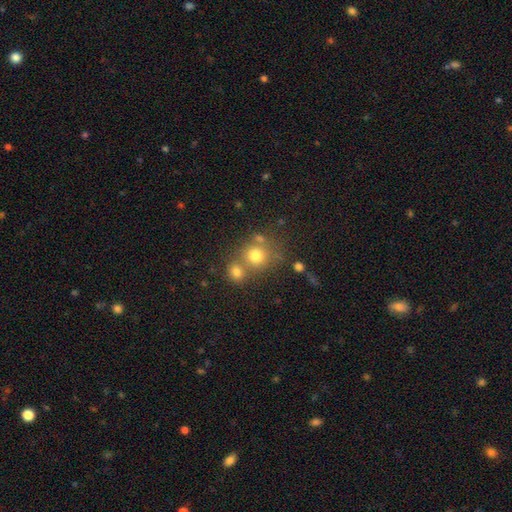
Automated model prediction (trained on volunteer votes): Smooth or featured?
  - smooth: 74% *
  - star or artifact: 15%
  - featured or disk: 11%
How rounded?
  - round: 84% *
  - in between: 15%
  - cigar-shaped: 1%
Merging?
  - none: 53% *
  - merger: 34%
  - minor disturbance: 9%
  - major disturbance: 4%